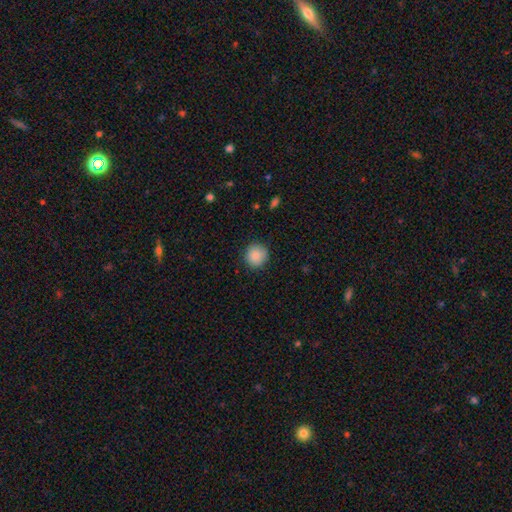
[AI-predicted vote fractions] A smooth galaxy with no disk features (87%) that is round (93%).

Vote fractions:
- Smooth or featured? smooth: 87% / star or artifact: 8% / featured or disk: 5%
- How rounded? round: 93% / in between: 6% / cigar-shaped: 1%
- Merging? none: 88% / minor disturbance: 9% / major disturbance: 2% / merger: 1%